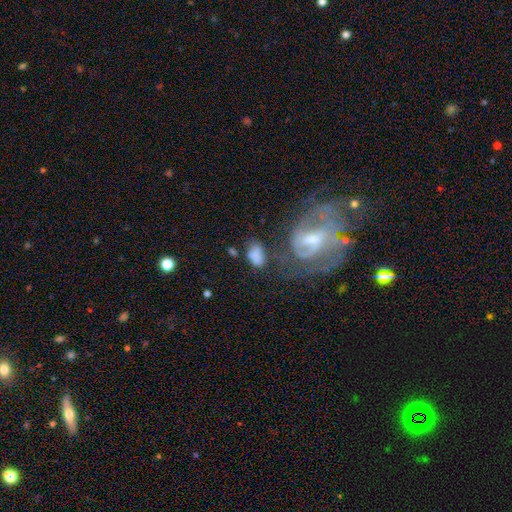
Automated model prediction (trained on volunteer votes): This appears to be a smooth galaxy with no disk features (68%) that is in between round and cigar-shaped (89%). Merging: none (42%).